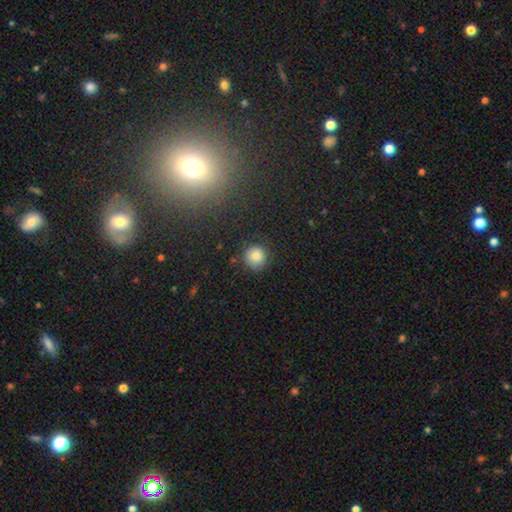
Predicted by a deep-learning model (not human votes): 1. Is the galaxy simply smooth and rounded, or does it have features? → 81% smooth, 12% star or artifact, 7% featured or disk.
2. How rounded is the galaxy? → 93% round, 6% in between, 1% cigar-shaped.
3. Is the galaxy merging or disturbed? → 84% none, 11% minor disturbance, 3% major disturbance, 2% merger.